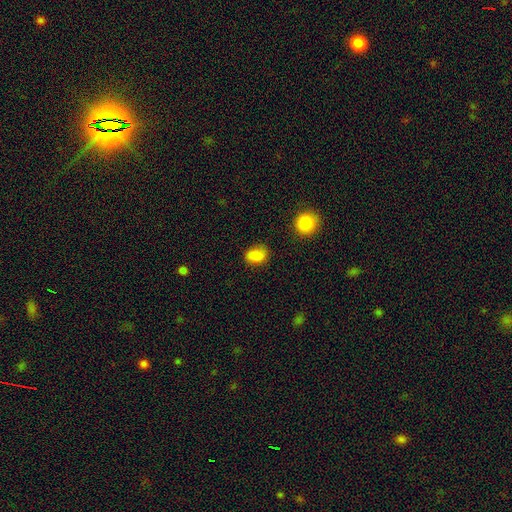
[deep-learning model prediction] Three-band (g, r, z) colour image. It shows a smooth galaxy with no disk features (86%) that is in between round and cigar-shaped (71%). Merging: none (75%).